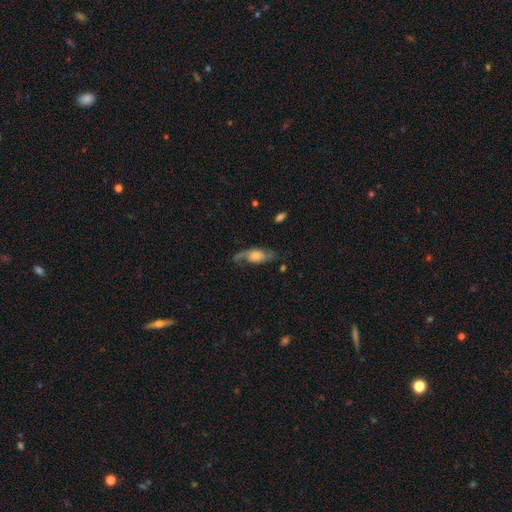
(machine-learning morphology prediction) This appears to be a featured or disk galaxy (70%) with no bar (70%), 2 (71%) loose (55%) spiral arms (91%) and a moderate central bulge (45%). Merging: none (59%).